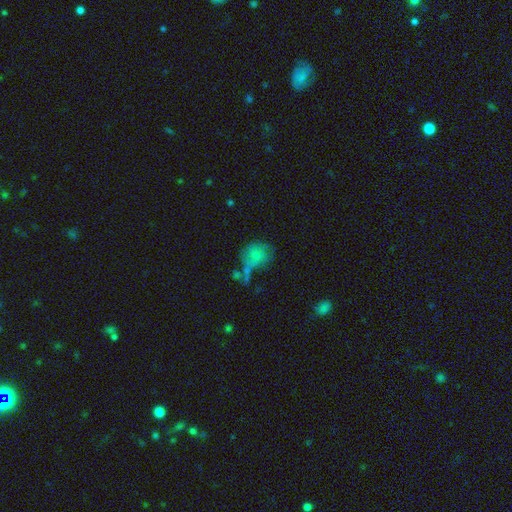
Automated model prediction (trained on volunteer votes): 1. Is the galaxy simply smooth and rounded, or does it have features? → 67% smooth, 22% featured or disk, 11% star or artifact.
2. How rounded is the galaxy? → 57% round, 41% in between, 2% cigar-shaped.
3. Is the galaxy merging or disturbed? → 34% none, 23% major disturbance, 22% merger, 21% minor disturbance.